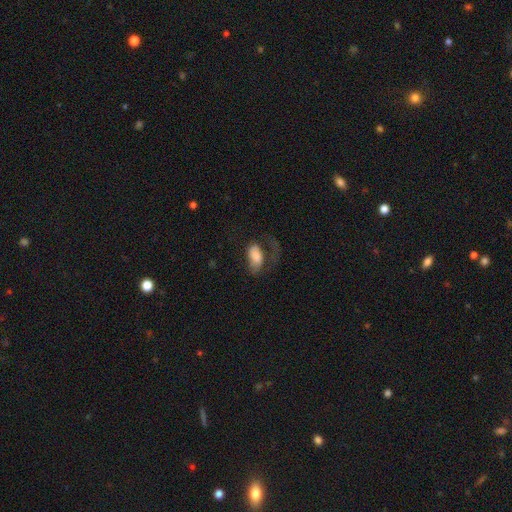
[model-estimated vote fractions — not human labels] This appears to be a smooth galaxy with no disk features (66%) that is in between round and cigar-shaped (92%). Merging: major disturbance (54%).